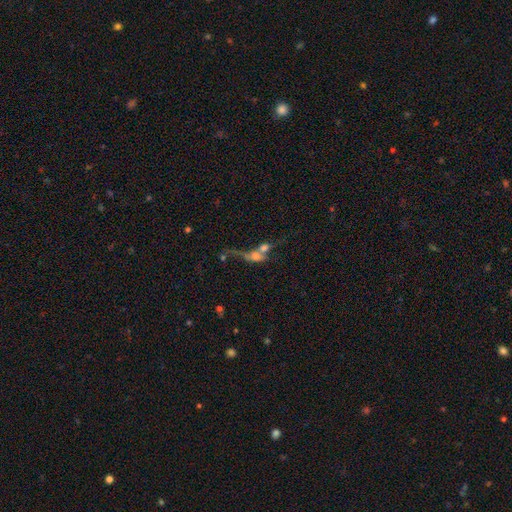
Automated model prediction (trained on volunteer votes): The model was most divided on "smooth or featured": featured or disk: 43%, smooth: 41%, star or artifact: 16%. More confident: merging — merger (59%).